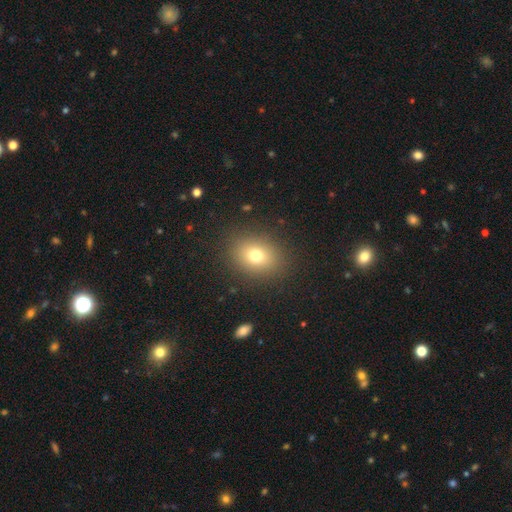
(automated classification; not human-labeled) Smooth or featured? Predicted: smooth (p=0.74). How rounded? Predicted: in between (p=0.51). Merging? Predicted: none (p=0.87).